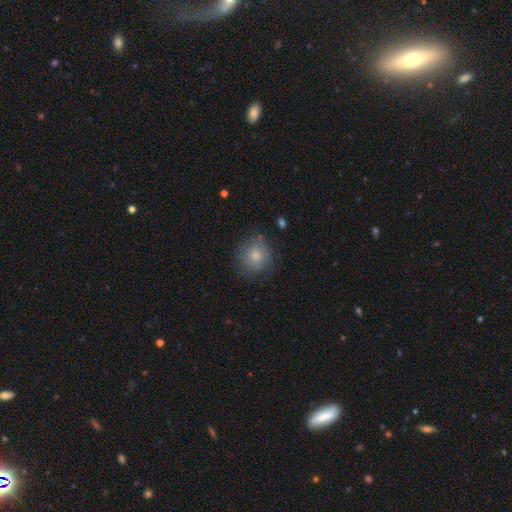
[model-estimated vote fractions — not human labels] This is likely a smooth galaxy (76%). How rounded: clearly round (87%). Merging: likely none (75%).